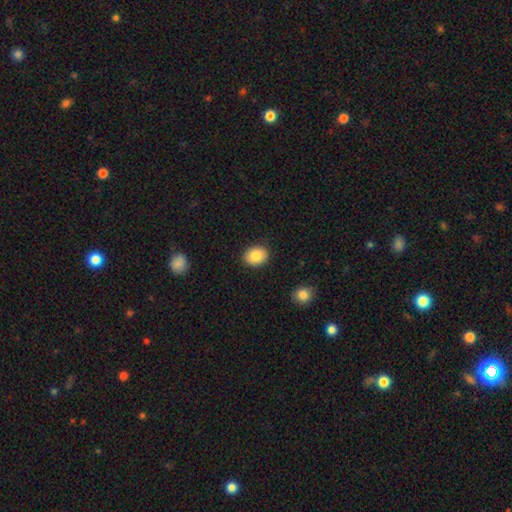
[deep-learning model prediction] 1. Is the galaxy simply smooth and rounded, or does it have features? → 87% smooth, 8% star or artifact, 6% featured or disk.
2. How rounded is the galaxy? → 60% in between, 39% round, 1% cigar-shaped.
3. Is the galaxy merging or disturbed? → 89% none, 8% minor disturbance, 2% major disturbance, 1% merger.